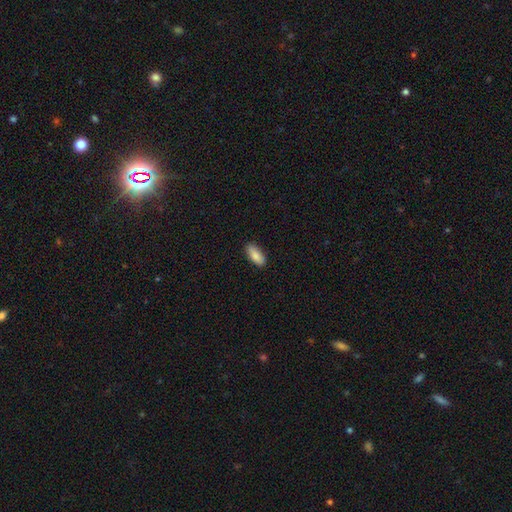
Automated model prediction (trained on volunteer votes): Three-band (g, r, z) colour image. It shows a smooth galaxy with no disk features (87%) that is in between round and cigar-shaped (85%). Merging: none (88%).